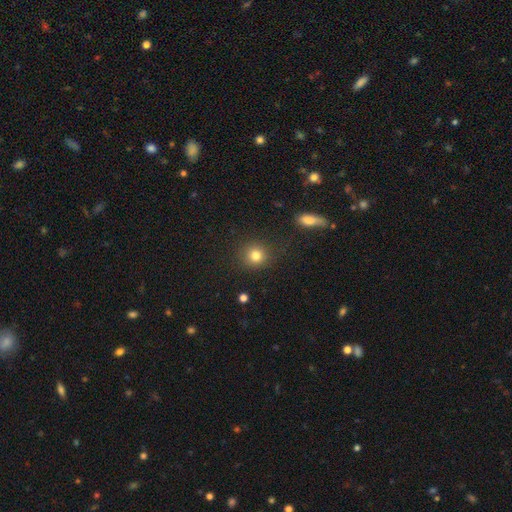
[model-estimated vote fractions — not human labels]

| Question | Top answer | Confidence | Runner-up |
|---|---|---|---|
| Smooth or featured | smooth | 81% | star or artifact (12%) |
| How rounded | round | 89% | in between (10%) |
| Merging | none | 86% | minor disturbance (8%) |